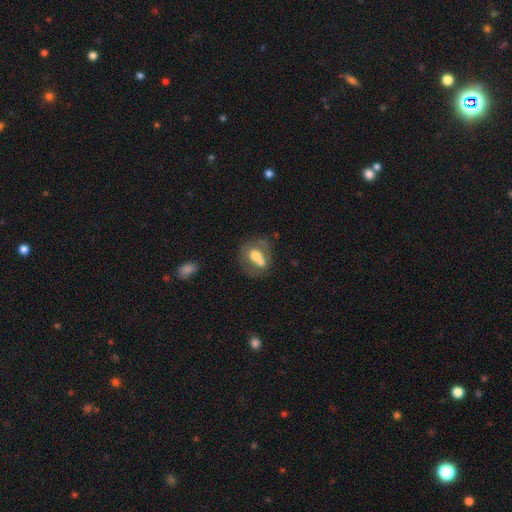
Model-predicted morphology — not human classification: Smooth or featured? Predicted: smooth (p=0.54). How rounded? Predicted: round (p=0.52). Merging? Predicted: merger (p=0.43).